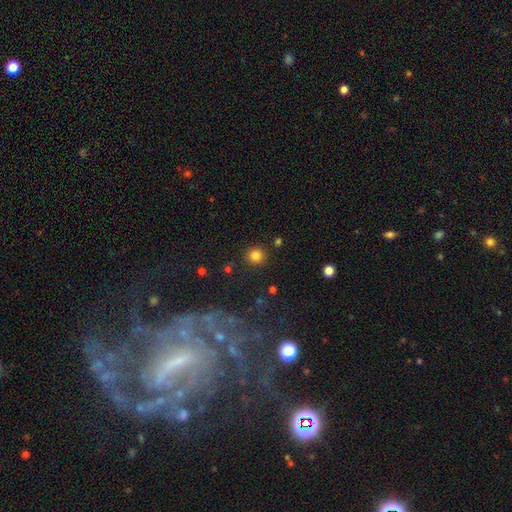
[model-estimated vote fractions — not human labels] Q: Smooth or featured?
A: smooth (82%); runner-up: star or artifact (13%)
Q: How rounded?
A: round (93%); runner-up: in between (6%)
Q: Merging?
A: none (89%); runner-up: minor disturbance (6%)